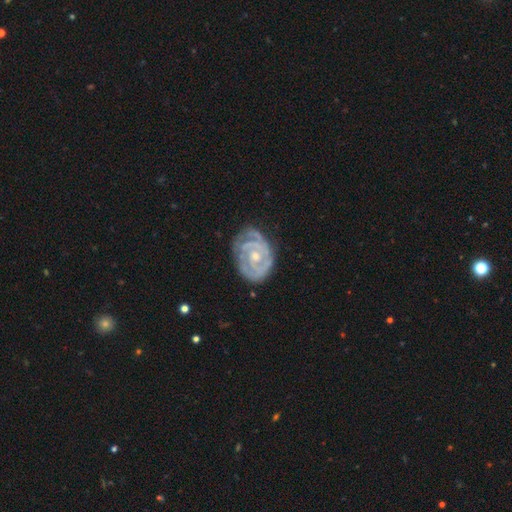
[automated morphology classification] A featured or disk galaxy (87%) with no bar (71%), 2 (34%) tight (75%) spiral arms (94%) and a moderate central bulge (49%).

Vote fractions:
- Smooth or featured? featured or disk: 87% / smooth: 8% / star or artifact: 5%
- Edge-on disk? no: 97% / yes: 3%
- Bar? no: 71% / weak: 23% / strong: 6%
- Spiral arms? yes: 94% / no: 6%
- Spiral winding? tight: 75% / medium: 20% / loose: 5%
- Spiral arm count? 2: 34% / can't tell: 26% / 3: 22% / 4: 7% / 1: 6% / more than 4: 5%
- Bulge size? moderate: 49% / small: 47% / large: 1% / none: 1% / dominant: 1%
- Merging? none: 69% / minor disturbance: 22% / major disturbance: 8% / merger: 2%